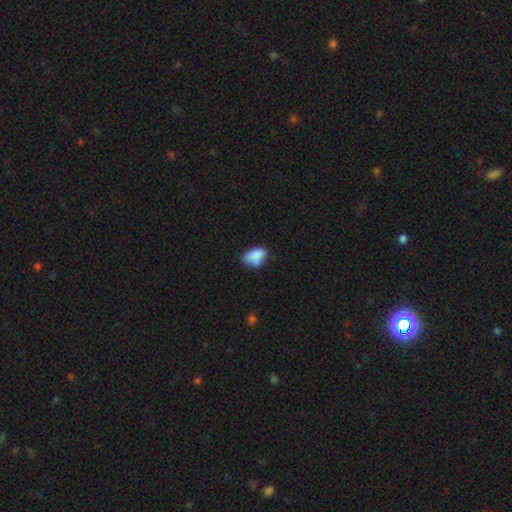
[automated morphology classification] A smooth galaxy with no disk features (70%) that is in between round and cigar-shaped (87%). Merging: none (36%).